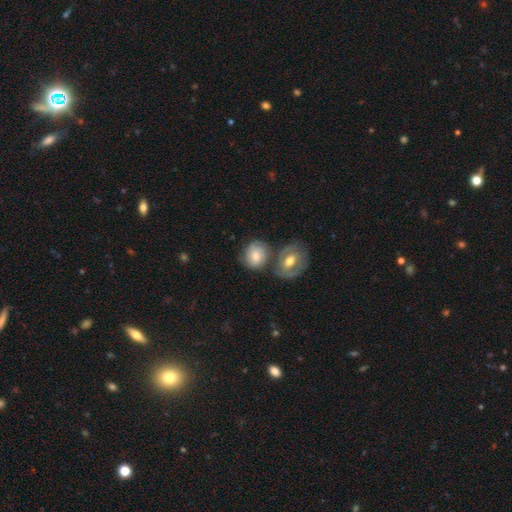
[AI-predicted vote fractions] Smooth or featured?
  - smooth: 64% *
  - featured or disk: 29%
  - star or artifact: 7%
How rounded?
  - round: 68% *
  - in between: 31%
  - cigar-shaped: 1%
Merging?
  - none: 49% *
  - merger: 29%
  - minor disturbance: 16%
  - major disturbance: 6%